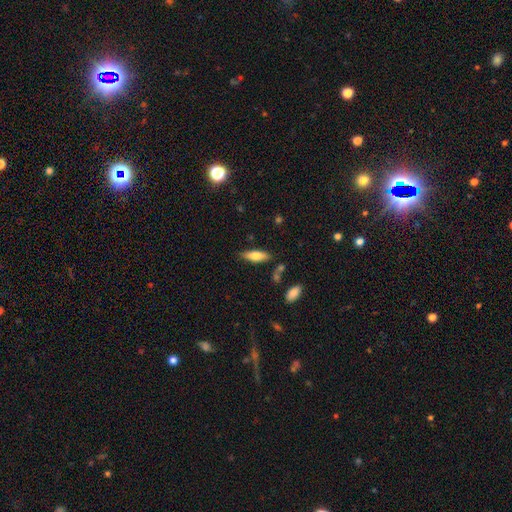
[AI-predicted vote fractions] smooth-or-featured: smooth: 67% | featured or disk: 27% | star or artifact: 7%
  how-rounded: in between: 50% | cigar-shaped: 48% | round: 2%
  merging: none: 79% | minor disturbance: 13% | merger: 4% | major disturbance: 3%